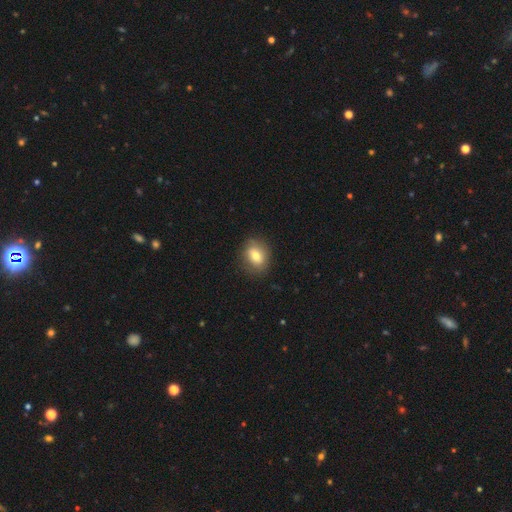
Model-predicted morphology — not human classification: Smooth or featured?
  - smooth: 74% *
  - featured or disk: 18%
  - star or artifact: 9%
How rounded?
  - in between: 55% *
  - round: 44%
  - cigar-shaped: 1%
Merging?
  - none: 82% *
  - minor disturbance: 14%
  - major disturbance: 4%
  - merger: 1%